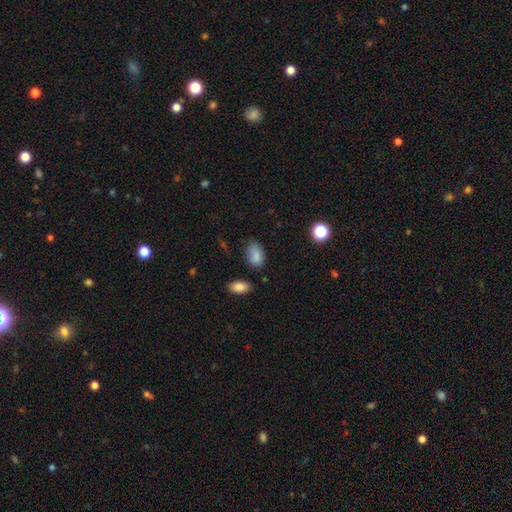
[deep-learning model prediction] Smooth or featured?
  - smooth: 85% *
  - star or artifact: 9%
  - featured or disk: 6%
How rounded?
  - in between: 89% *
  - round: 9%
  - cigar-shaped: 2%
Merging?
  - none: 69% *
  - minor disturbance: 22%
  - major disturbance: 5%
  - merger: 4%